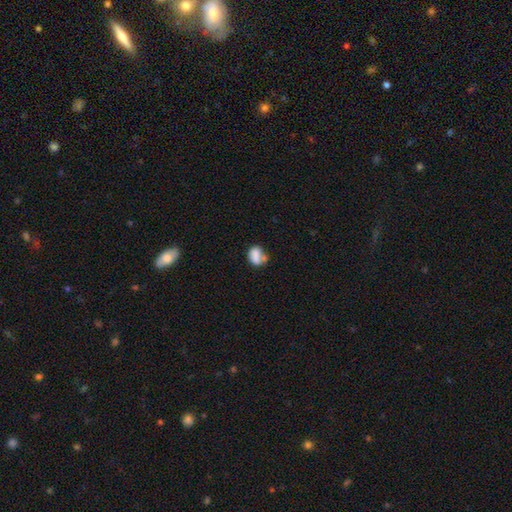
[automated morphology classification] This appears to be a smooth galaxy with no disk features (77%) that is in between round and cigar-shaped (63%). Merging: none (41%).